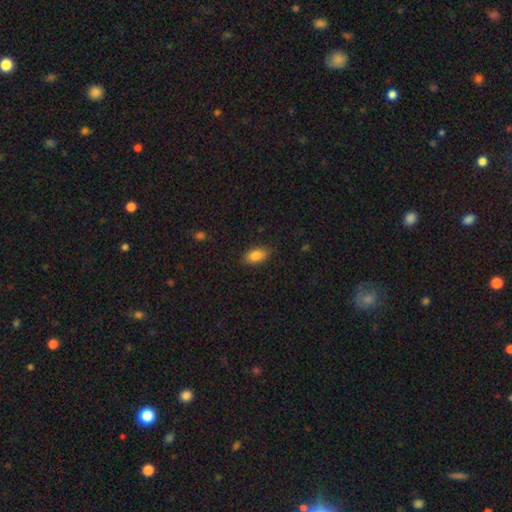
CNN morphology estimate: Q: Smooth or featured?
A: smooth (86%); runner-up: star or artifact (8%)
Q: How rounded?
A: in between (91%); runner-up: cigar-shaped (5%)
Q: Merging?
A: none (83%); runner-up: minor disturbance (13%)